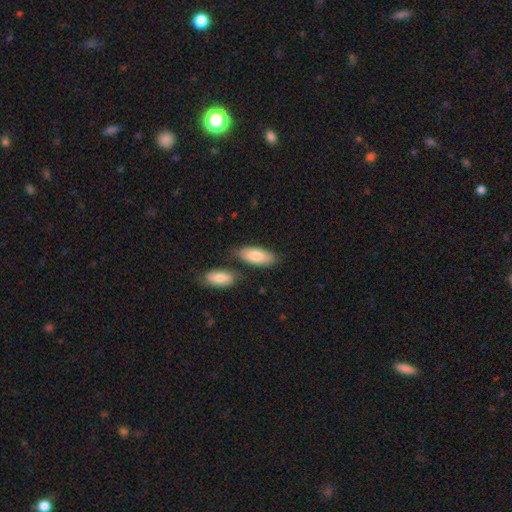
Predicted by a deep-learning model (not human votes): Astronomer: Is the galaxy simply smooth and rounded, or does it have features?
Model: smooth — 81%.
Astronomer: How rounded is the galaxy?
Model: in between — 86%.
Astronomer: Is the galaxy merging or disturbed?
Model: none — 70%.